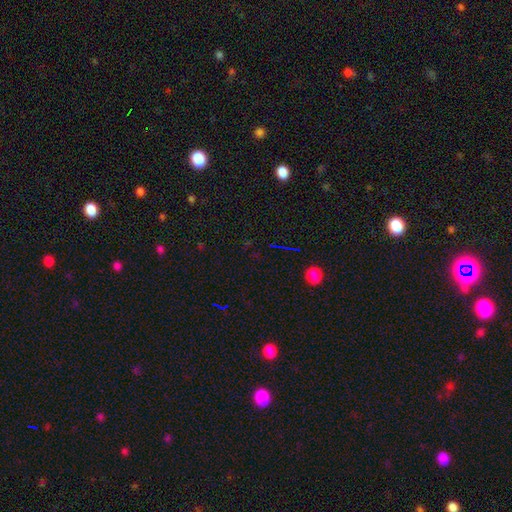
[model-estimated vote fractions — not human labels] Smooth or featured? star or artifact (68%)